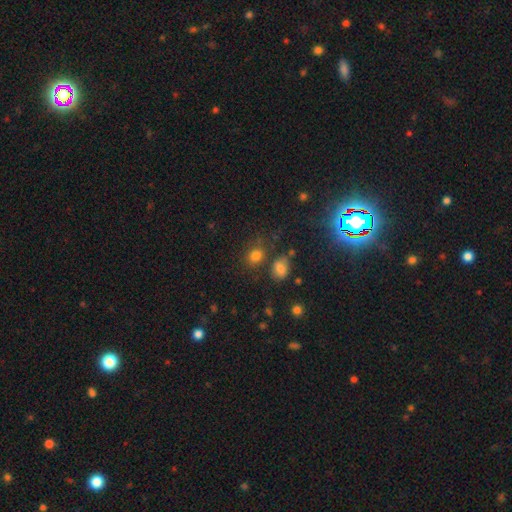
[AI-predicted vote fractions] The model was most divided on "how rounded": round: 58%, in between: 41%, cigar-shaped: 1%. More confident: smooth or featured — smooth (78%); merging — none (69%).